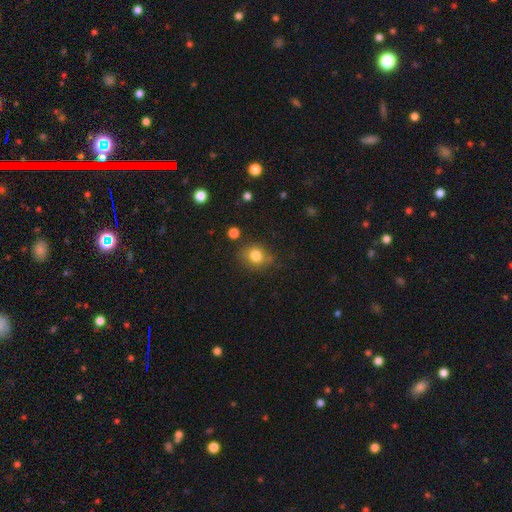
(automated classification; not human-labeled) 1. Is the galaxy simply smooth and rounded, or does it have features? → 81% smooth, 11% star or artifact, 8% featured or disk.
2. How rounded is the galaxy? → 71% round, 28% in between, 1% cigar-shaped.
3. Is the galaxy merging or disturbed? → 75% none, 16% minor disturbance, 4% major disturbance, 4% merger.